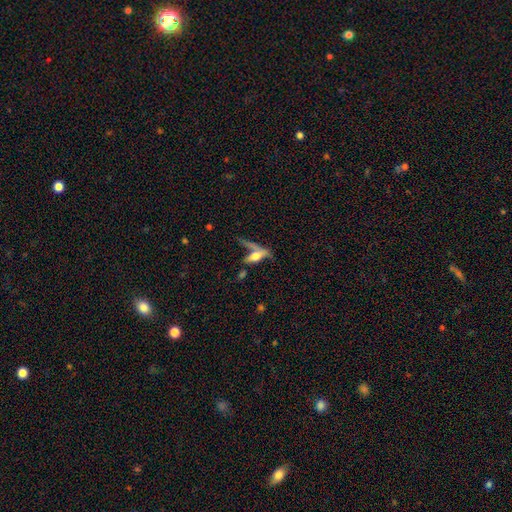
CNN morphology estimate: Smooth or featured: smooth — 47% (featured or disk — 43%)
Merging: none — 37% (merger — 24%)